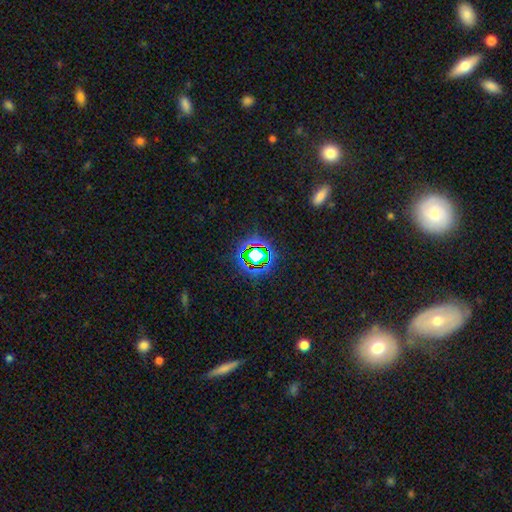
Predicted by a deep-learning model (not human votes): star or artifact 72%, smooth 18%, featured or disk 11%.